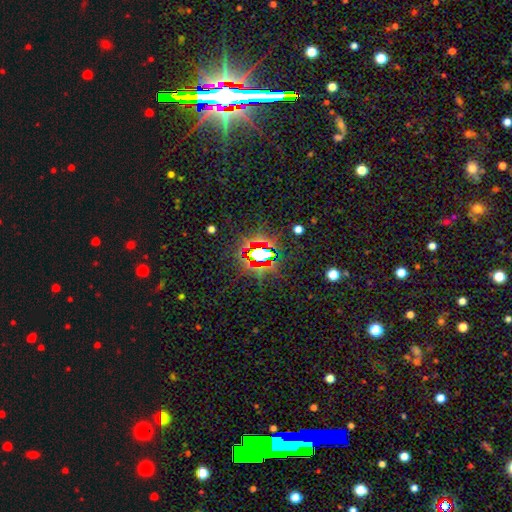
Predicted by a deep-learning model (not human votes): This is likely a star or artifact rather than a galaxy (75%).